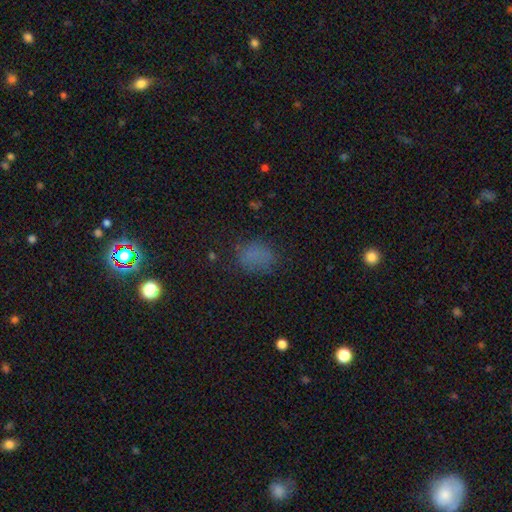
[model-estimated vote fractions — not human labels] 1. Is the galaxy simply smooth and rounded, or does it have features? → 71% smooth, 21% star or artifact, 8% featured or disk.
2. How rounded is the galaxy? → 62% in between, 37% round, 2% cigar-shaped.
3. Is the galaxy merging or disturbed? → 73% none, 18% minor disturbance, 8% major disturbance, 2% merger.